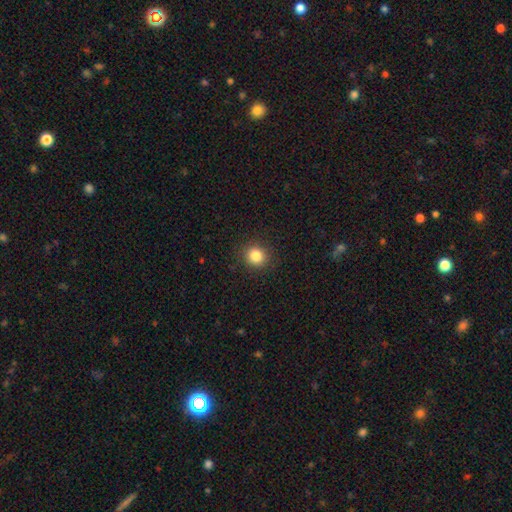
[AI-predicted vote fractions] This appears to be a smooth galaxy with no disk features (84%) that is round (87%). Merging: none (90%).